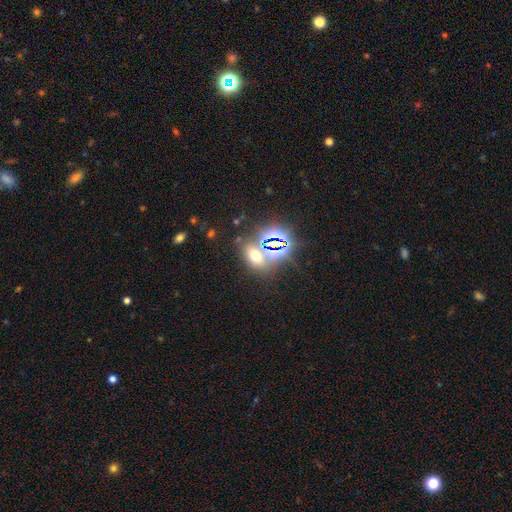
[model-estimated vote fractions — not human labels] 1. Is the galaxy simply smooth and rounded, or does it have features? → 46% smooth, 43% star or artifact, 10% featured or disk.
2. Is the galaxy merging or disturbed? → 65% none, 18% merger, 11% minor disturbance, 6% major disturbance.